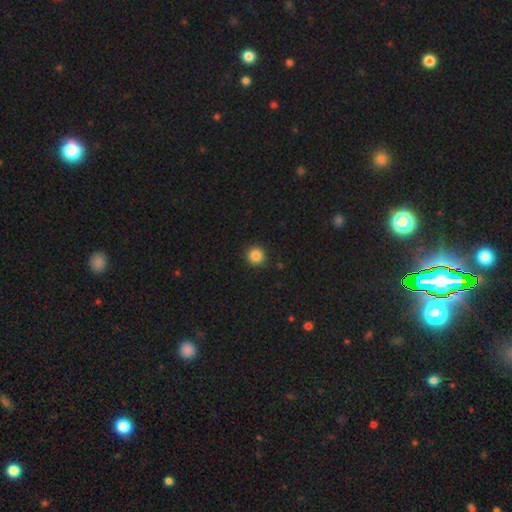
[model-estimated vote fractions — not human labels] smooth_or_featured: smooth (p=0.85) [alt: star or artifact p=0.11]
how_rounded: round (p=0.95) [alt: in between p=0.04]
merging: none (p=0.92) [alt: minor disturbance p=0.06]